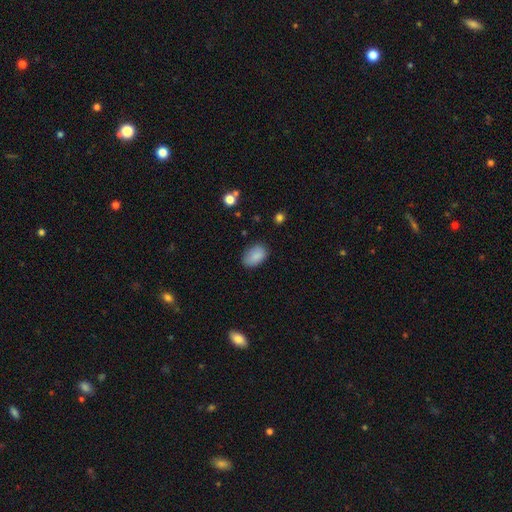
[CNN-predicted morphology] A smooth galaxy with no disk features (88%) that is in between round and cigar-shaped (88%).

Vote fractions:
- Smooth or featured? smooth: 88% / star or artifact: 8% / featured or disk: 5%
- How rounded? in between: 88% / round: 11% / cigar-shaped: 1%
- Merging? none: 80% / minor disturbance: 16% / major disturbance: 3% / merger: 1%